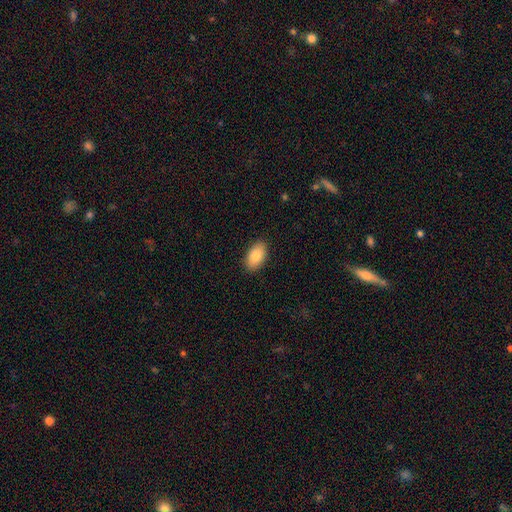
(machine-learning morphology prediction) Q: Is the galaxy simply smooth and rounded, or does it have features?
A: smooth — 84%.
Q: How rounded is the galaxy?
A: in between — 94%.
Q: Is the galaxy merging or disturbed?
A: none — 89%.